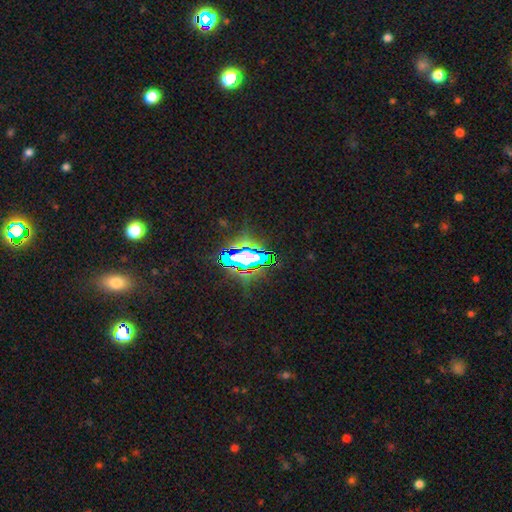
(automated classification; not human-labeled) Q: Smooth or featured?
A: star or artifact (71%); runner-up: smooth (15%)